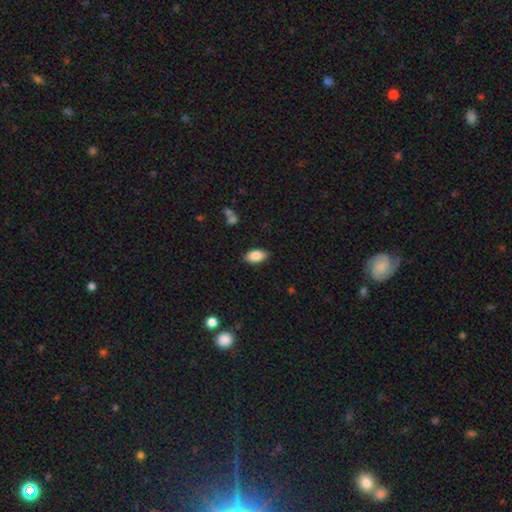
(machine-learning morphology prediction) Smooth or featured? Predicted: smooth (p=0.87). How rounded? Predicted: in between (p=0.94). Merging? Predicted: none (p=0.87).